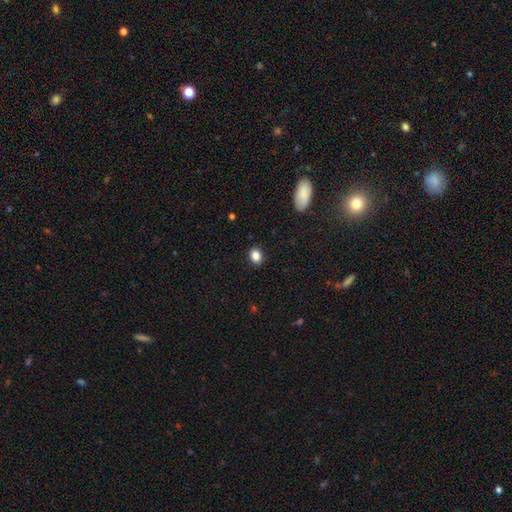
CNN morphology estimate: A smooth galaxy with no disk features (86%) that is in between round and cigar-shaped (55%).

Vote fractions:
- Smooth or featured? smooth: 86% / star or artifact: 10% / featured or disk: 4%
- How rounded? in between: 55% / round: 44% / cigar-shaped: 1%
- Merging? none: 90% / minor disturbance: 7% / major disturbance: 2% / merger: 1%